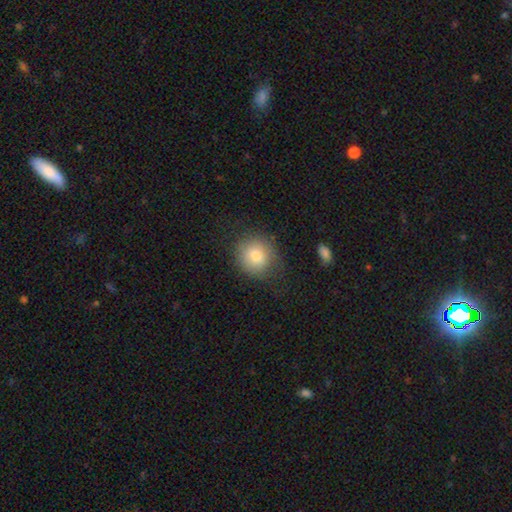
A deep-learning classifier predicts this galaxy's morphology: A smooth galaxy with no disk features (78%) that is round (86%).

Vote fractions:
- Smooth or featured? smooth: 78% / featured or disk: 12% / star or artifact: 10%
- How rounded? round: 86% / in between: 13% / cigar-shaped: 1%
- Merging? none: 75% / minor disturbance: 17% / major disturbance: 7% / merger: 2%